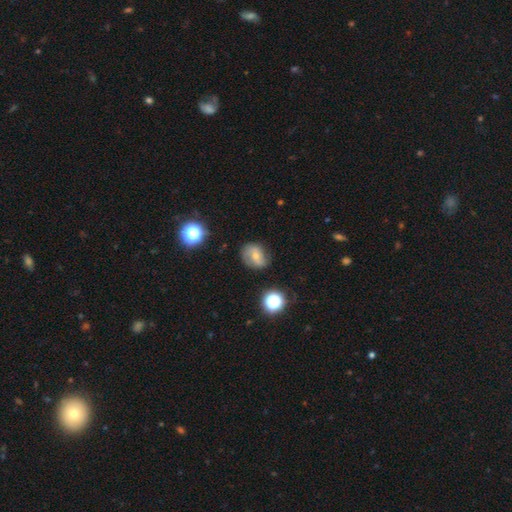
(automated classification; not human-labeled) A smooth galaxy with no disk features (48%). Merging: none (66%).